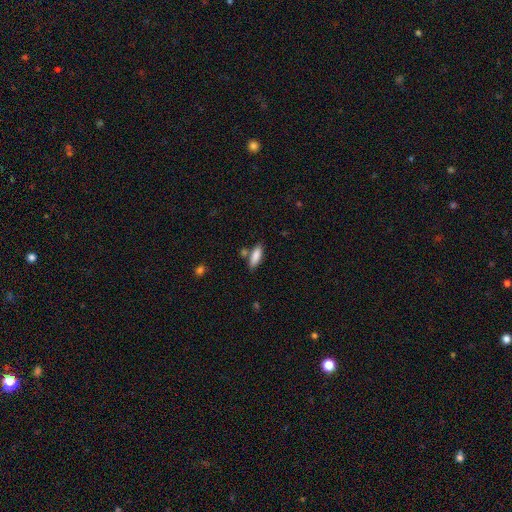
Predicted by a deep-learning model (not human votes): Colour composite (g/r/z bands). It shows a smooth galaxy with no disk features (85%) that is in between round and cigar-shaped (58%). Merging: none (73%).